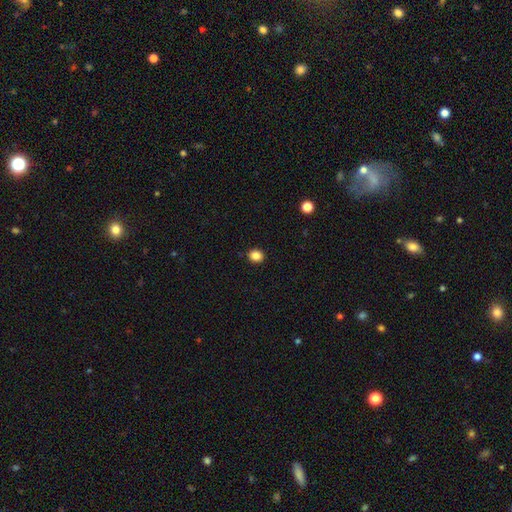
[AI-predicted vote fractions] Overall: smooth (86%). How rounded: round (69%; in between 30%). Merging: none (90%).